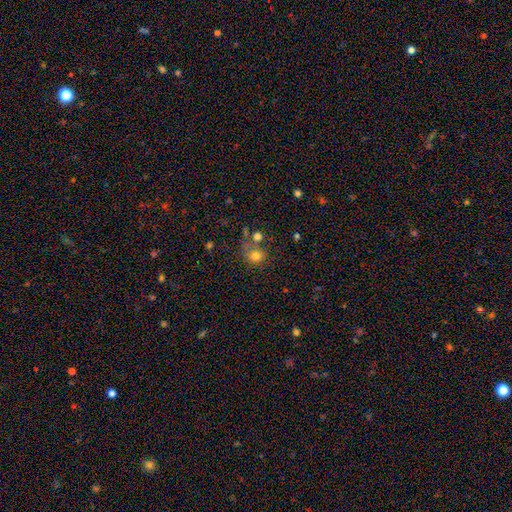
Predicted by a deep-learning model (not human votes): This is likely a smooth galaxy (76%). How rounded: likely round (75%). Merging: possibly none (48%).